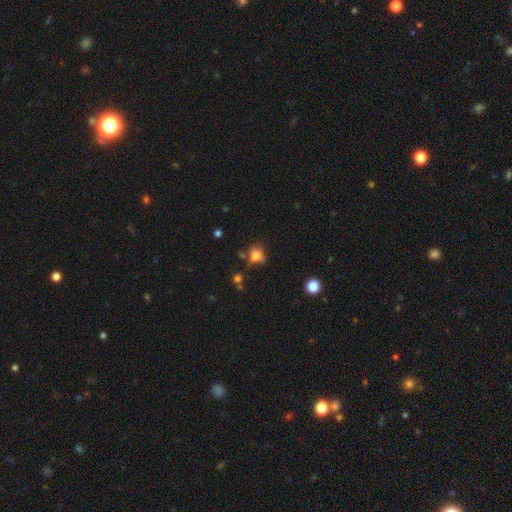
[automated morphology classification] smooth_or_featured: smooth (p=0.74) [alt: star or artifact p=0.15]
how_rounded: round (p=0.53) [alt: in between p=0.45]
merging: none (p=0.48) [alt: minor disturbance p=0.26]